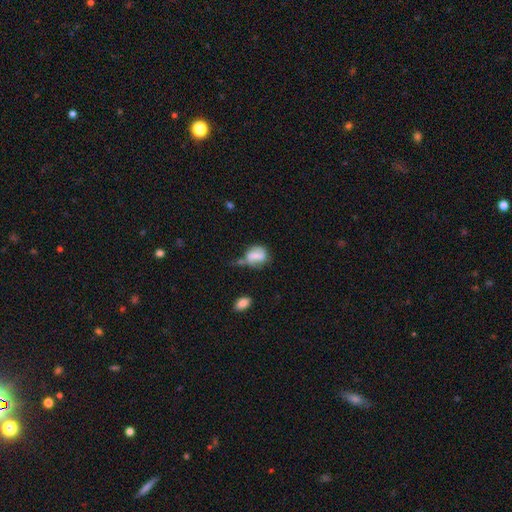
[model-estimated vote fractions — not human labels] Q: Smooth or featured?
A: smooth (49%); runner-up: featured or disk (42%)
Q: Merging?
A: none (37%); runner-up: minor disturbance (30%)